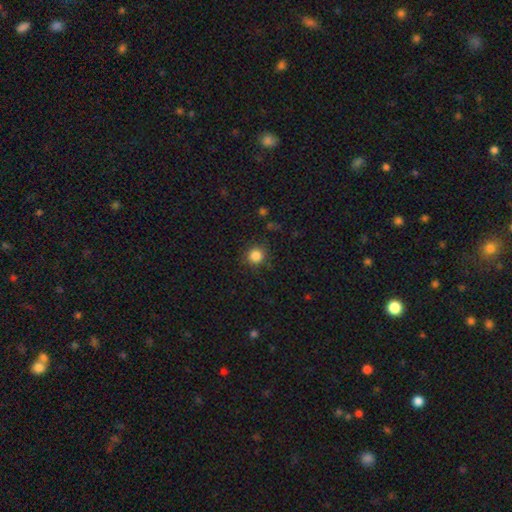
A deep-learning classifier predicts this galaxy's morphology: A smooth galaxy with no disk features (84%) that is round (92%).

Vote fractions:
- Smooth or featured? smooth: 84% / star or artifact: 12% / featured or disk: 4%
- How rounded? round: 92% / in between: 7% / cigar-shaped: 1%
- Merging? none: 86% / minor disturbance: 10% / major disturbance: 3% / merger: 2%